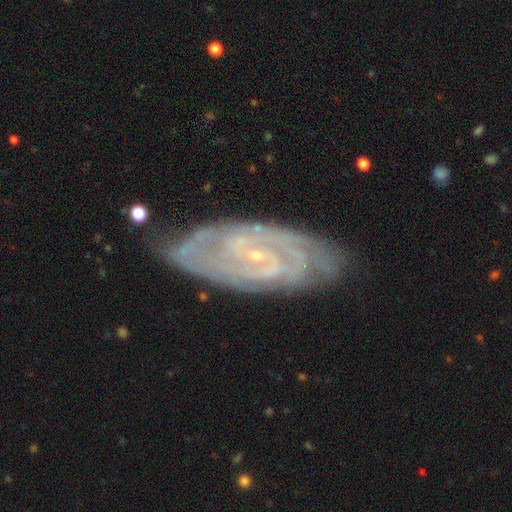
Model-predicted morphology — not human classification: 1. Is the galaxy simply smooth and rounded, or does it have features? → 87% featured or disk, 7% smooth, 6% star or artifact.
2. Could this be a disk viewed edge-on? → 92% no, 8% yes.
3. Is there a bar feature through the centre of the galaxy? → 51% no, 36% weak, 13% strong.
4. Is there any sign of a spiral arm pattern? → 96% yes, 4% no.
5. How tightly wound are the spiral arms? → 69% tight, 26% medium, 5% loose.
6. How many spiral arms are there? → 37% 2, 25% can't tell, 15% 3, 10% 4, 7% more than 4, 6% 1.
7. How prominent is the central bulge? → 85% small, 9% moderate, 4% none, 1% large, 1% dominant.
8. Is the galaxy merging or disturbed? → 77% none, 16% minor disturbance, 4% major disturbance, 2% merger.